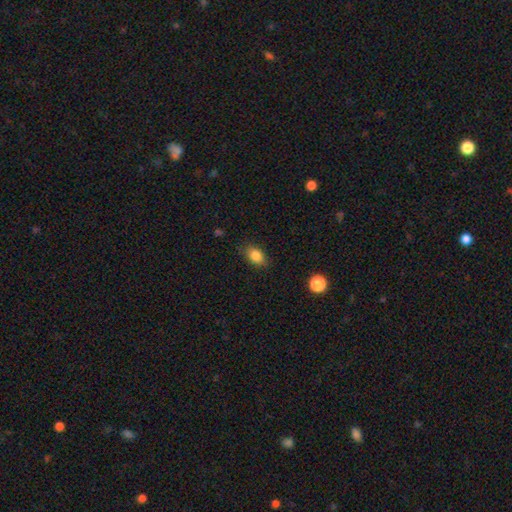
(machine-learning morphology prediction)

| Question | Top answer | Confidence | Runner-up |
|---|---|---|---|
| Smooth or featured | smooth | 84% | star or artifact (9%) |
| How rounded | in between | 84% | round (13%) |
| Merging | none | 82% | minor disturbance (13%) |